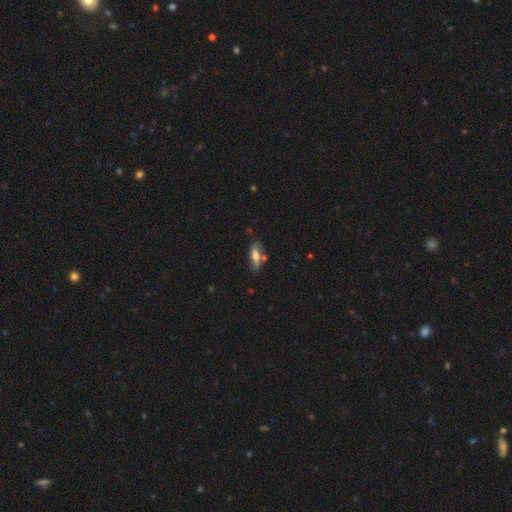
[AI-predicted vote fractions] Smooth or featured: smooth — 48% (featured or disk — 44%)
Merging: none — 64% (minor disturbance — 22%)